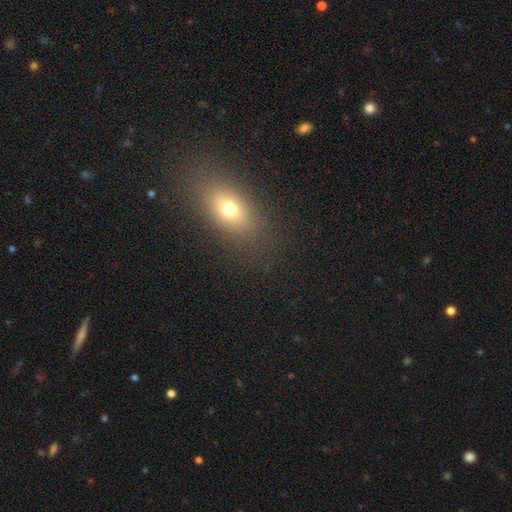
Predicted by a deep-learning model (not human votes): This appears to be a smooth galaxy with no disk features (64%) that is in between round and cigar-shaped (75%). Merging: none (88%).